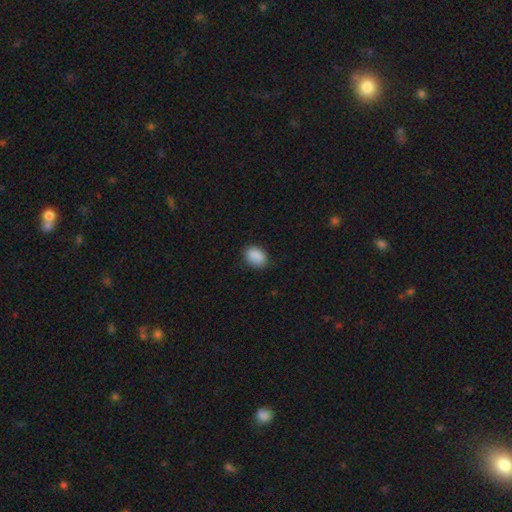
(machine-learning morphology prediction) type=smooth (89%); roundness=in between (79%); merging=none (84%).